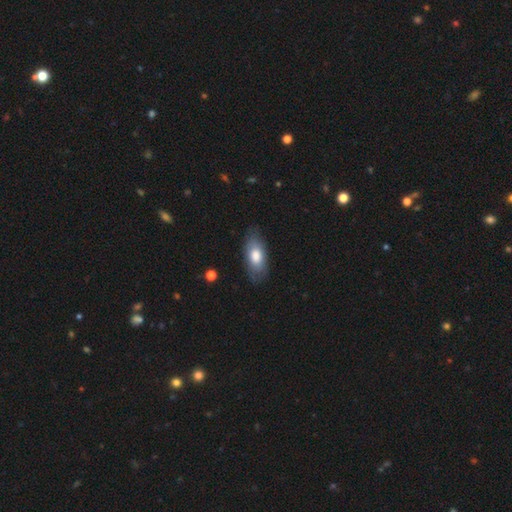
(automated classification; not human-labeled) Morphology: type=smooth (72%); roundness=in between (89%); merging=none (79%).